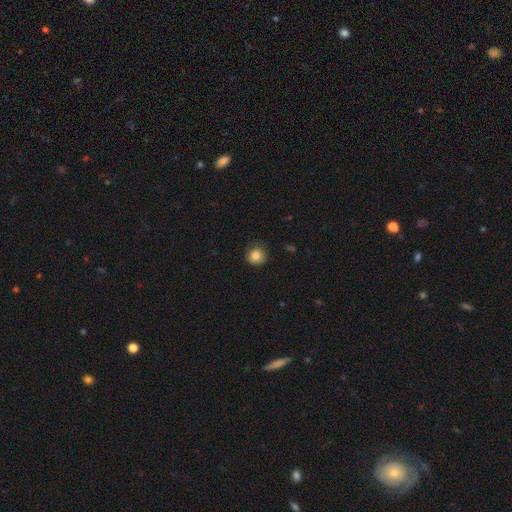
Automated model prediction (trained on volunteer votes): Smooth or featured?
  - smooth: 82% *
  - star or artifact: 10%
  - featured or disk: 8%
How rounded?
  - round: 92% *
  - in between: 7%
  - cigar-shaped: 1%
Merging?
  - none: 81% *
  - minor disturbance: 15%
  - major disturbance: 3%
  - merger: 1%